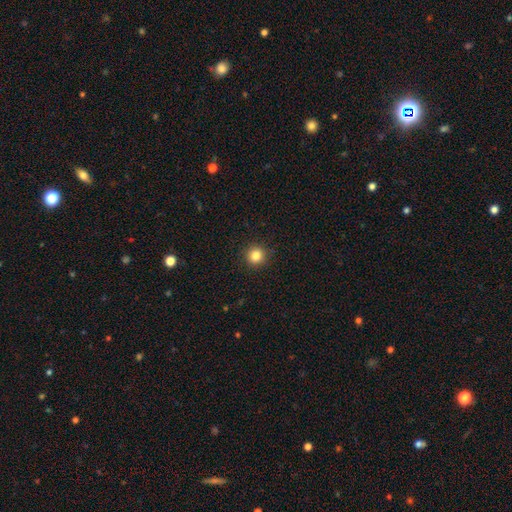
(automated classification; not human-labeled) Morphology: type=smooth (84%); roundness=round (94%); merging=none (92%).